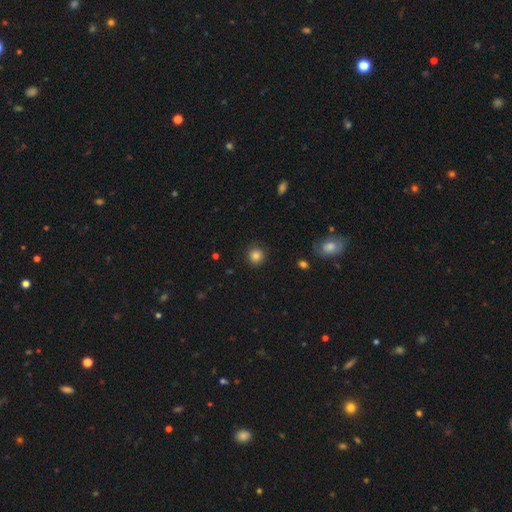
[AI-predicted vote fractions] Q: Smooth or featured?
A: smooth (84%); runner-up: star or artifact (12%)
Q: How rounded?
A: round (92%); runner-up: in between (7%)
Q: Merging?
A: none (89%); runner-up: minor disturbance (7%)